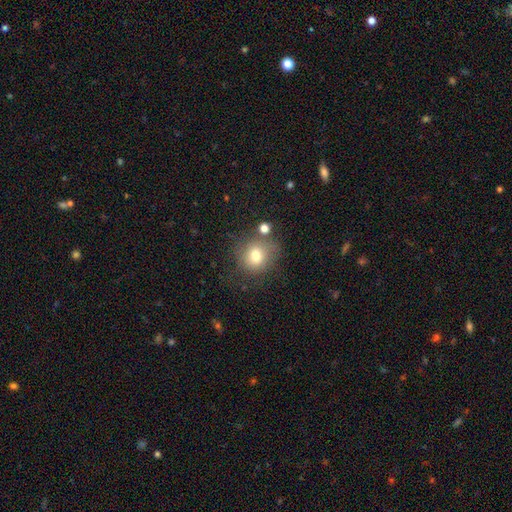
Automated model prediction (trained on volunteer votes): Smooth or featured? smooth (75%)
How rounded? round (80%)
Merging? none (66%)